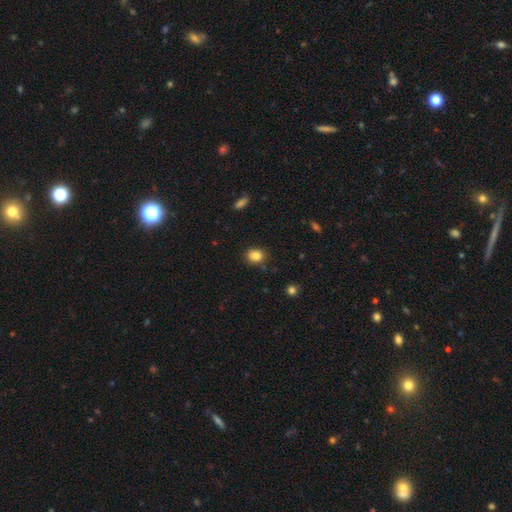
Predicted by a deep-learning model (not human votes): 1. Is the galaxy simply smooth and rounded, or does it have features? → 82% smooth, 11% star or artifact, 7% featured or disk.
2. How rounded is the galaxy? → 58% round, 41% in between, 1% cigar-shaped.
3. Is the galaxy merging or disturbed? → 79% none, 15% minor disturbance, 4% merger, 3% major disturbance.